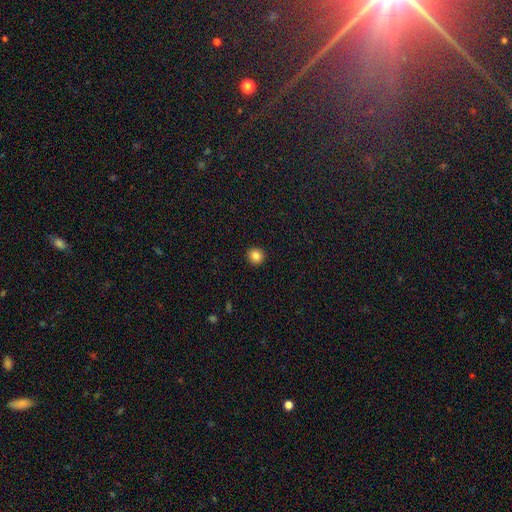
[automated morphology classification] type=smooth (85%); roundness=round (92%); merging=none (93%).